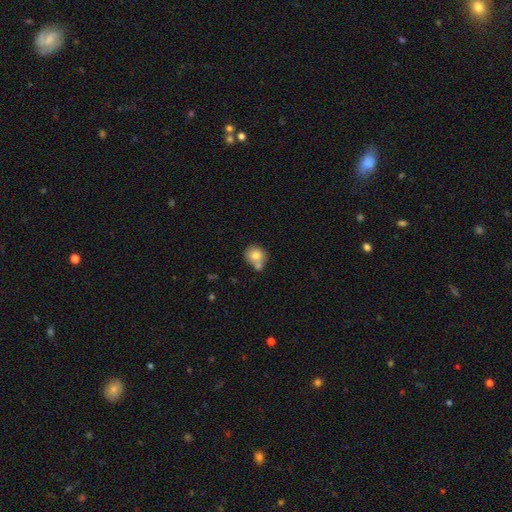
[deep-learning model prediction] Q: Smooth or featured?
A: smooth (78%); runner-up: featured or disk (13%)
Q: How rounded?
A: round (81%); runner-up: in between (18%)
Q: Merging?
A: none (46%); runner-up: merger (38%)